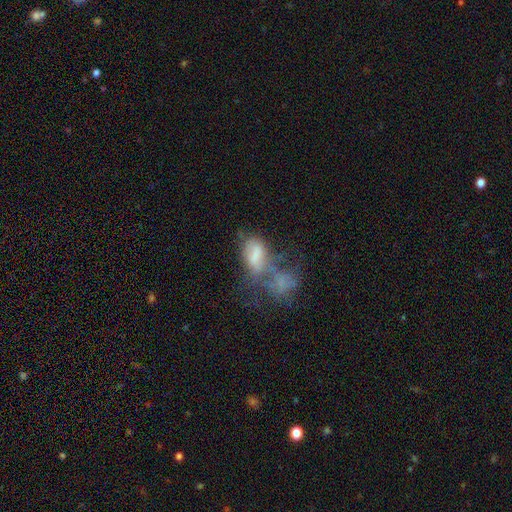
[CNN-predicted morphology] A smooth galaxy with no disk features (56%) that is in between round and cigar-shaped (88%).

Vote fractions:
- Smooth or featured? smooth: 56% / featured or disk: 32% / star or artifact: 12%
- How rounded? in between: 88% / round: 9% / cigar-shaped: 4%
- Merging? merger: 52% / major disturbance: 24% / none: 14% / minor disturbance: 11%